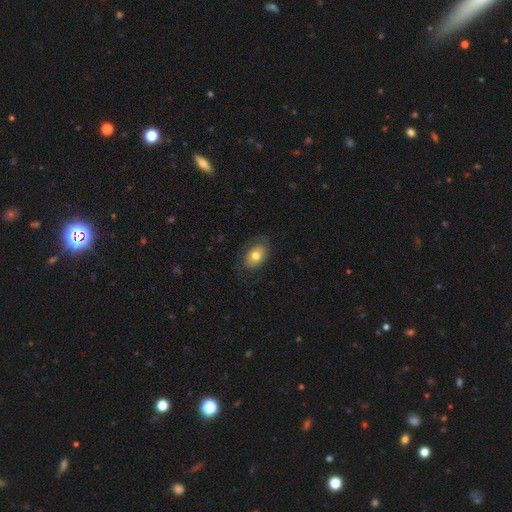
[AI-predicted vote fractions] smooth 70%, featured or disk 22%, star or artifact 8%. Down the decision tree: how rounded — in between (82%); merging — none (73%).